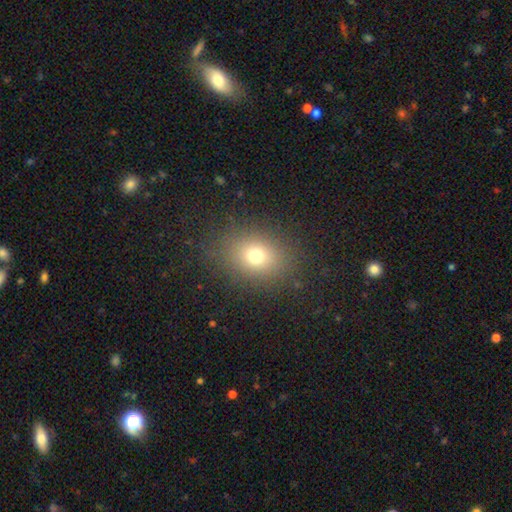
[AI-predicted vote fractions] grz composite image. It shows a smooth galaxy with no disk features (73%) that is in between round and cigar-shaped (55%). Merging: none (84%).